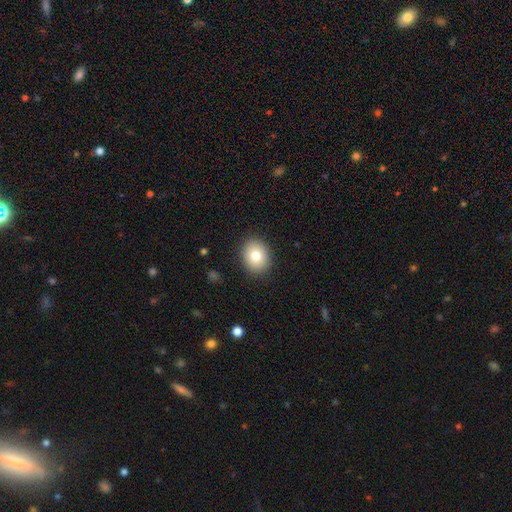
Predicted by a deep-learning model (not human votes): Smooth or featured? smooth (81%)
How rounded? round (52%)
Merging? none (89%)